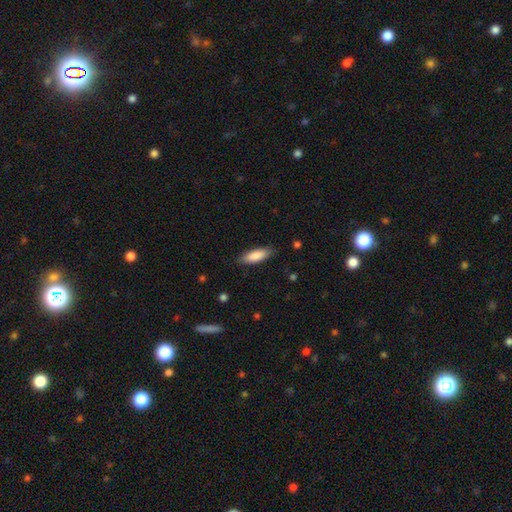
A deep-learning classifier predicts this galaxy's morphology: Smooth or featured: smooth — 85% (featured or disk — 9%)
How rounded: in between — 60% (cigar-shaped — 39%)
Merging: none — 86% (minor disturbance — 11%)